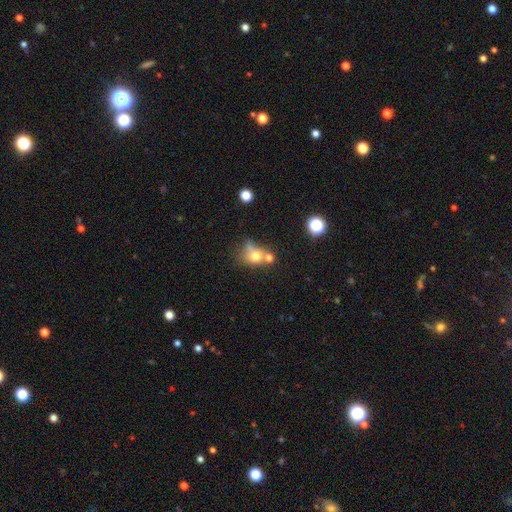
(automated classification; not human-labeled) A smooth galaxy with no disk features (68%) that is round (63%). Merging: merger (39%).